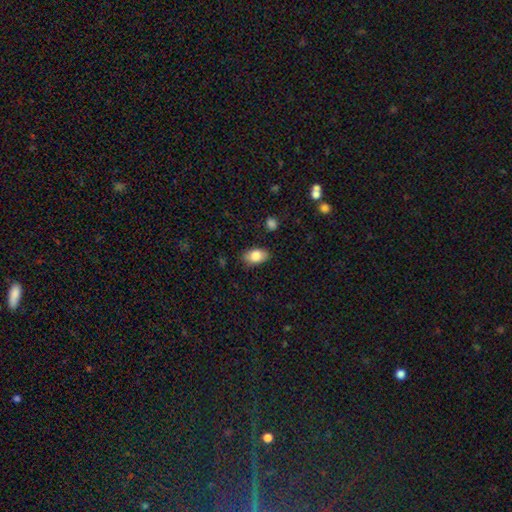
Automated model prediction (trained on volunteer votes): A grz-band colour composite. It shows a smooth galaxy with no disk features (83%) that is in between round and cigar-shaped (89%). Merging: none (83%).